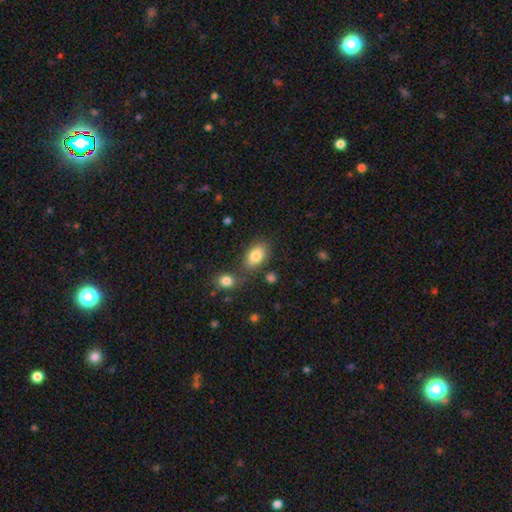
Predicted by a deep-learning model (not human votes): Smooth or featured? smooth (82%)
How rounded? in between (88%)
Merging? none (65%)